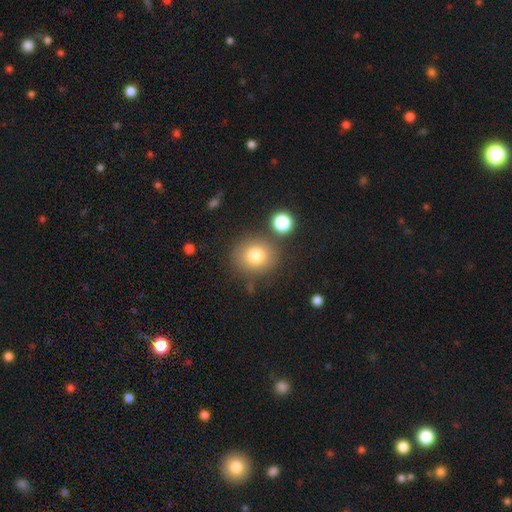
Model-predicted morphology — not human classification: Q: Smooth or featured?
A: smooth (79%); runner-up: star or artifact (11%)
Q: How rounded?
A: round (83%); runner-up: in between (16%)
Q: Merging?
A: none (76%); runner-up: minor disturbance (11%)